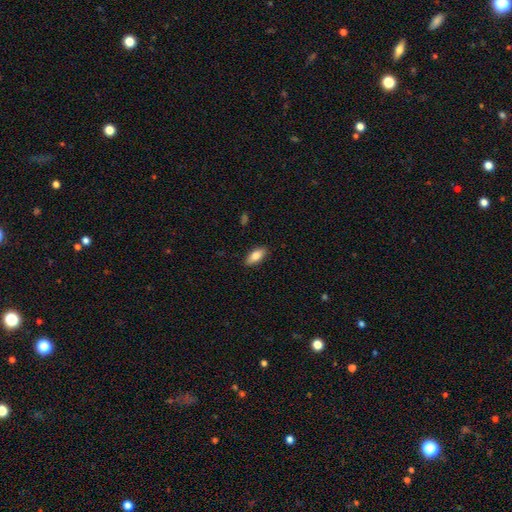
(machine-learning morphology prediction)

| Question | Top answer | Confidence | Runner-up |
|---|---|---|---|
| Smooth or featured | smooth | 82% | featured or disk (12%) |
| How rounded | in between | 82% | cigar-shaped (16%) |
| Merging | none | 88% | minor disturbance (9%) |